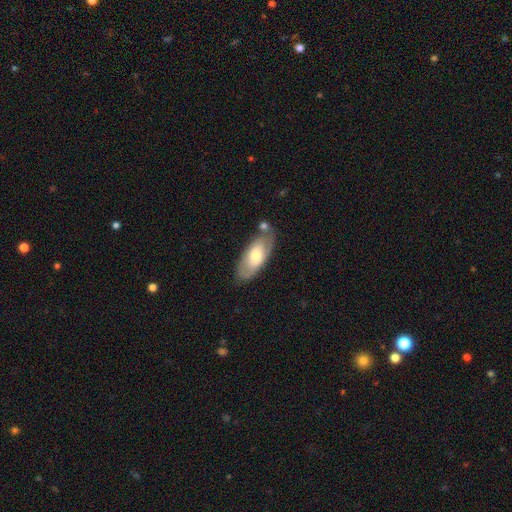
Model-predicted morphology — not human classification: Smooth or featured? smooth (56%)
How rounded? in between (84%)
Merging? none (63%)